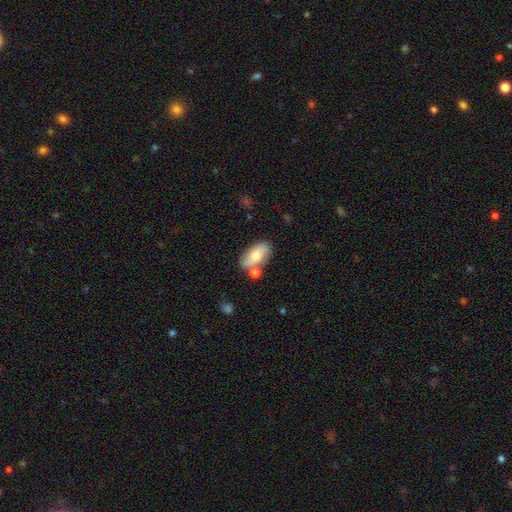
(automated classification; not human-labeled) This appears to be a smooth galaxy with no disk features (62%) that is in between round and cigar-shaped (90%). Merging: none (62%).